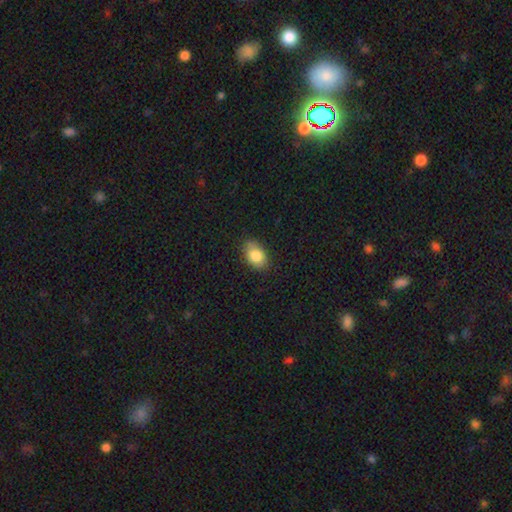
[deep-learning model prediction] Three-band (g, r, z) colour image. It shows a smooth galaxy with no disk features (84%) that is in between round and cigar-shaped (85%). Merging: none (79%).